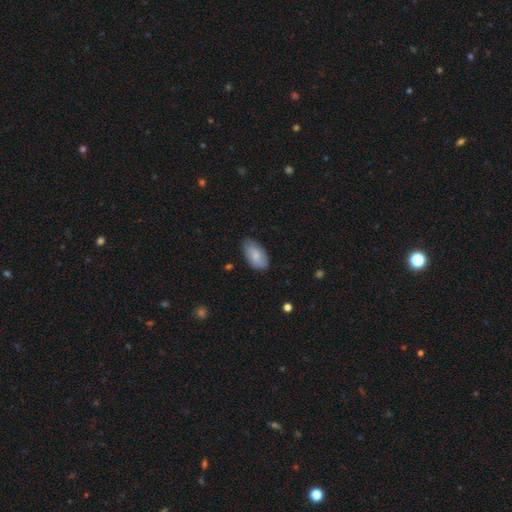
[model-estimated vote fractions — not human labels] smooth_or_featured: smooth (p=0.78) [alt: featured or disk p=0.16]
how_rounded: in between (p=0.94) [alt: cigar-shaped p=0.03]
merging: none (p=0.75) [alt: minor disturbance p=0.20]